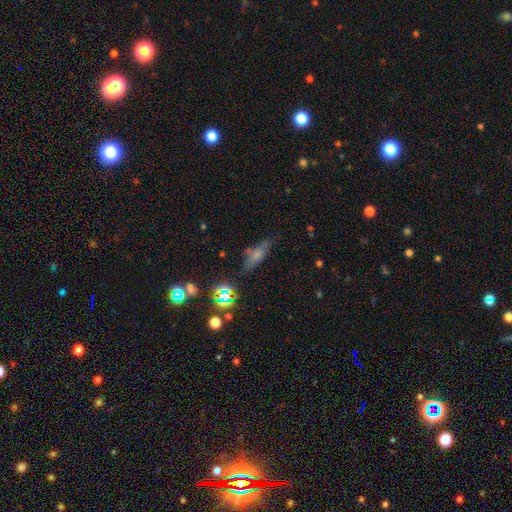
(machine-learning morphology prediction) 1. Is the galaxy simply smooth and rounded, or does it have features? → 46% smooth, 29% featured or disk, 24% star or artifact.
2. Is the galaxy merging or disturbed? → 68% none, 20% minor disturbance, 7% major disturbance, 5% merger.